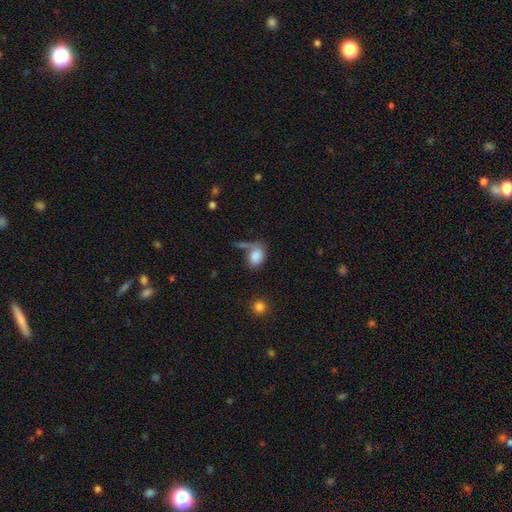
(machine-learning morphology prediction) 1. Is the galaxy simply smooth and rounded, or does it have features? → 82% smooth, 9% featured or disk, 9% star or artifact.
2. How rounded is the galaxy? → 71% in between, 28% round, 1% cigar-shaped.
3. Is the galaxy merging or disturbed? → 40% none, 21% merger, 19% major disturbance, 19% minor disturbance.